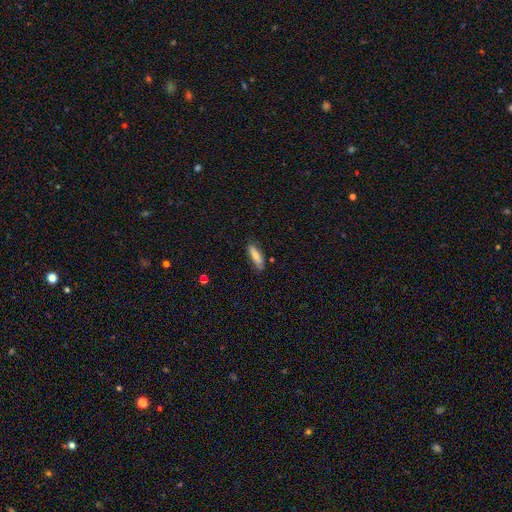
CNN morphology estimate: Smooth or featured?
  - smooth: 77% *
  - featured or disk: 16%
  - star or artifact: 6%
How rounded?
  - cigar-shaped: 59% *
  - in between: 39%
  - round: 2%
Merging?
  - none: 78% *
  - minor disturbance: 17%
  - major disturbance: 3%
  - merger: 2%